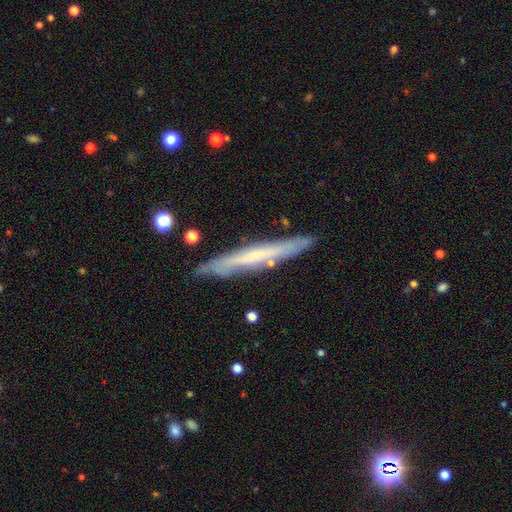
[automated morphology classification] A featured or disk galaxy (57%) viewed edge-on (87%).

Vote fractions:
- Smooth or featured? featured or disk: 57% / smooth: 37% / star or artifact: 7%
- Edge-on disk? yes: 87% / no: 13%
- Merging? none: 84% / minor disturbance: 12% / major disturbance: 2% / merger: 2%